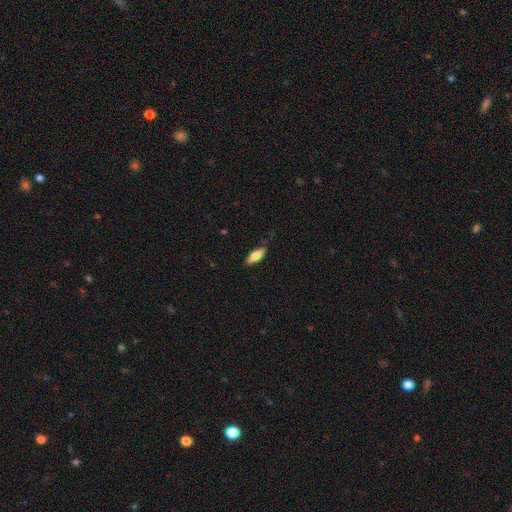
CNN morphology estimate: Smooth or featured? smooth (72%)
How rounded? in between (67%)
Merging? none (82%)